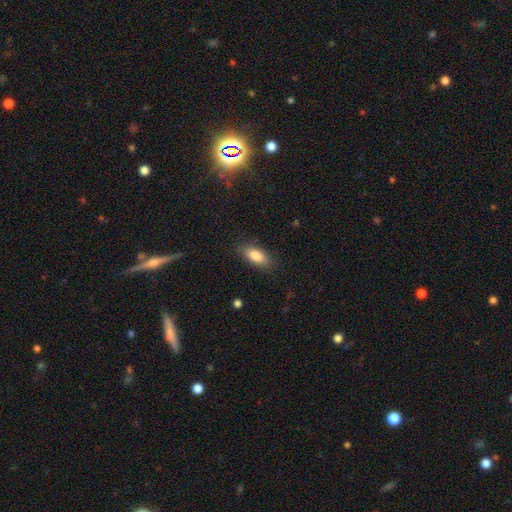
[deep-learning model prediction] This is clearly a smooth galaxy (85%). How rounded: clearly in between (82%). Merging: clearly none (84%).